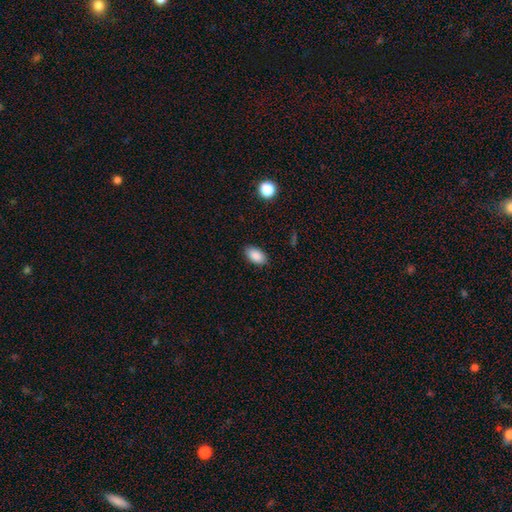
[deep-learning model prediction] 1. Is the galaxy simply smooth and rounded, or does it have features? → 88% smooth, 8% star or artifact, 4% featured or disk.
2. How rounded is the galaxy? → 93% in between, 5% round, 2% cigar-shaped.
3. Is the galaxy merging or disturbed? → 86% none, 10% minor disturbance, 2% major disturbance, 1% merger.